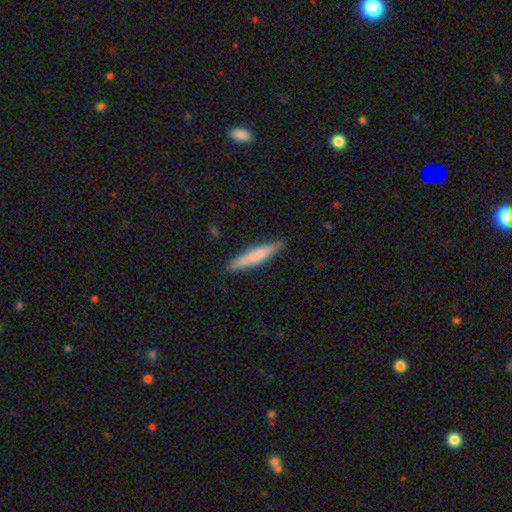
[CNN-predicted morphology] This appears to be a smooth galaxy with no disk features (69%) that is cigar-shaped (92%). Merging: none (89%).